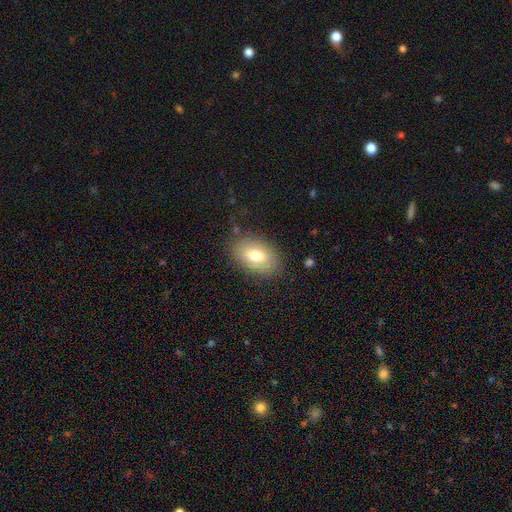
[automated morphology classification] This appears to be a smooth galaxy with no disk features (75%) that is in between round and cigar-shaped (89%). Merging: none (82%).